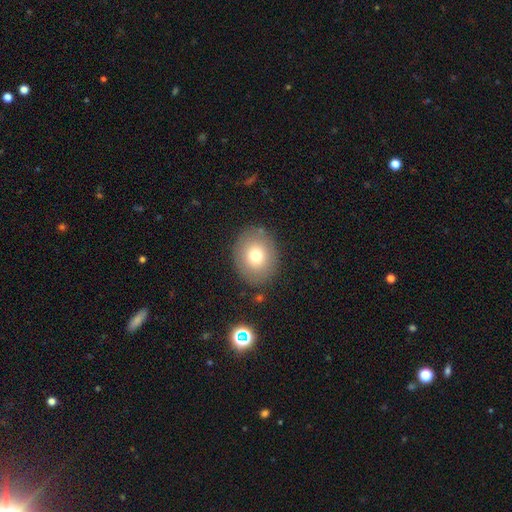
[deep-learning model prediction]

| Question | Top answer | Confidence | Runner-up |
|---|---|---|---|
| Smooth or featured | smooth | 73% | featured or disk (16%) |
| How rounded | round | 61% | in between (38%) |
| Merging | none | 84% | minor disturbance (10%) |